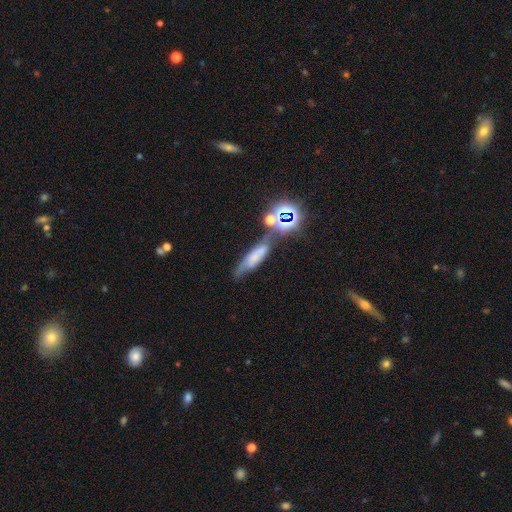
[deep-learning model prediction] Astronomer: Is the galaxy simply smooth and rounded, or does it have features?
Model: smooth — 49% (runner-up: featured or disk, 28%).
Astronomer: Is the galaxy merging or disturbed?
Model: none — 50%.